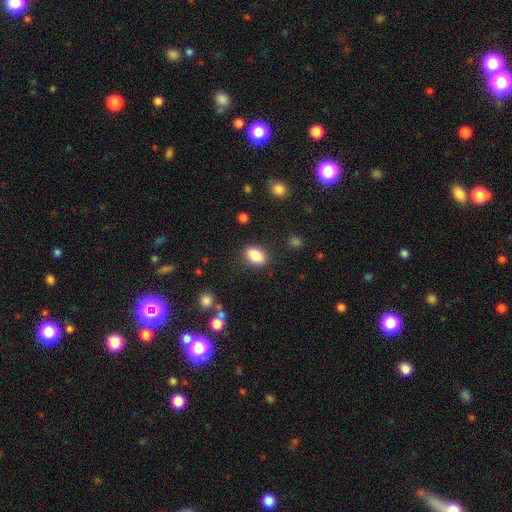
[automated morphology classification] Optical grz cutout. It shows a smooth galaxy with no disk features (79%) that is in between round and cigar-shaped (77%). Merging: none (85%).